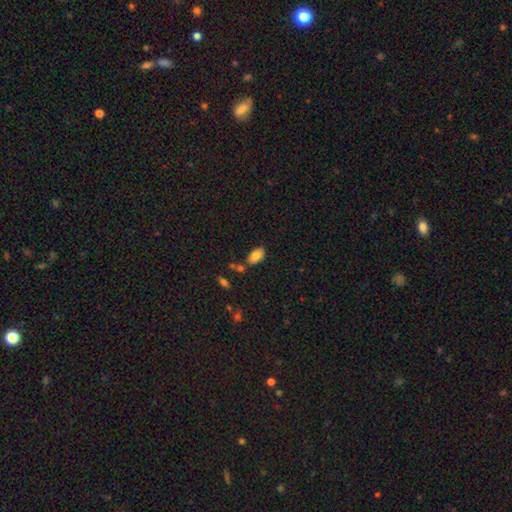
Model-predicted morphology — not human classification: Q: Smooth or featured?
A: smooth (82%); runner-up: featured or disk (9%)
Q: How rounded?
A: in between (94%); runner-up: round (4%)
Q: Merging?
A: none (74%); runner-up: minor disturbance (14%)